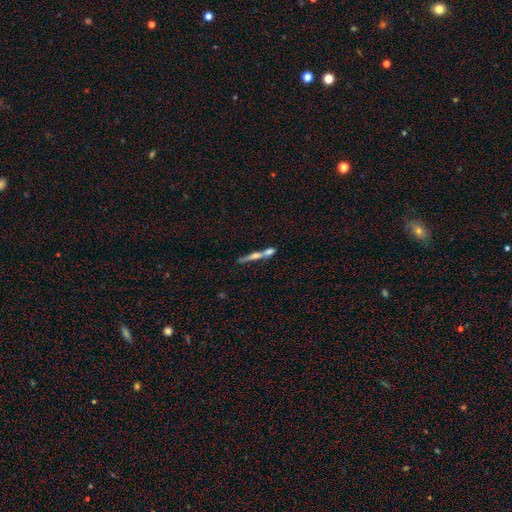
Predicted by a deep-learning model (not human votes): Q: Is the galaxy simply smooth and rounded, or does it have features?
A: featured or disk — 64%.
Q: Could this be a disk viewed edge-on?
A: yes — 95%.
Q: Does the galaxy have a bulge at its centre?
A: rounded — 81%.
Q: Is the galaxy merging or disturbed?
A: none — 69%.